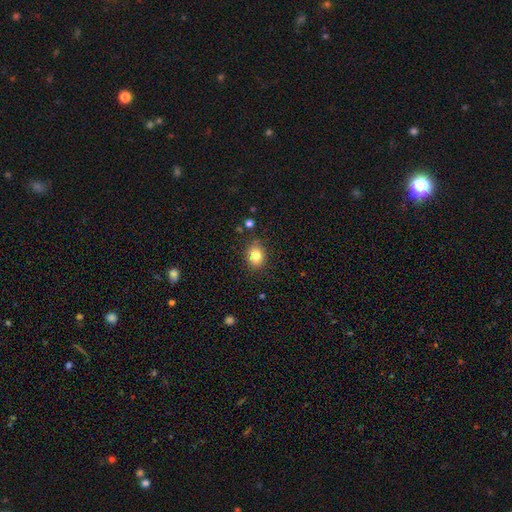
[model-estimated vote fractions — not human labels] Overall: smooth (80%). How rounded: round (58%; in between 41%). Merging: none (83%).